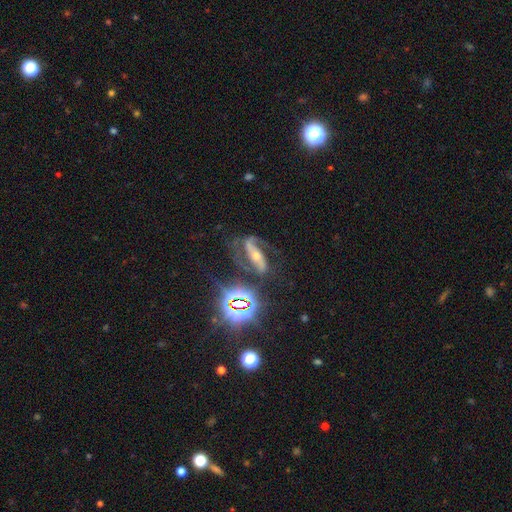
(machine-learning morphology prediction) Smooth or featured? featured or disk (76%)
Edge-on disk? no (90%)
Bar? strong (61%)
Spiral arms? yes (93%)
Spiral winding? medium (43%)
Spiral arm count? 2 (88%)
Bulge size? moderate (51%)
Merging? none (63%)